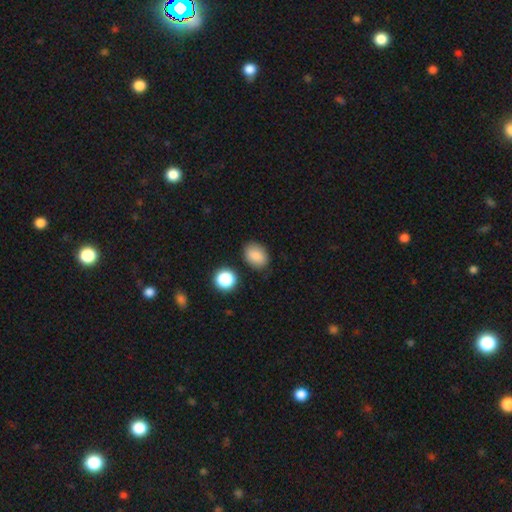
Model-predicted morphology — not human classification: smooth 86%, star or artifact 9%, featured or disk 5%. Down the decision tree: how rounded — in between (71%); merging — none (82%).